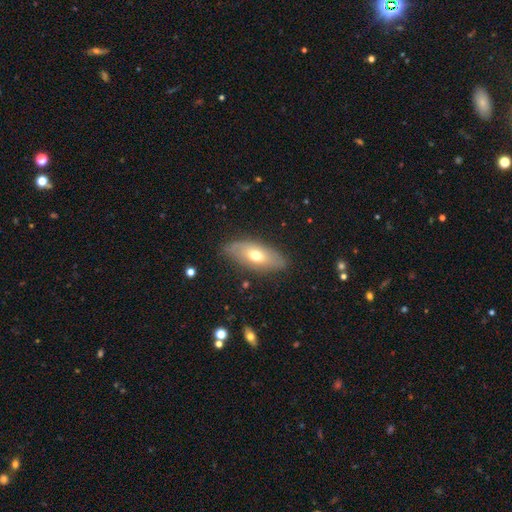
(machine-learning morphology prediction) Smooth or featured: smooth — 59% (featured or disk — 34%)
How rounded: in between — 81% (cigar-shaped — 15%)
Merging: none — 80% (minor disturbance — 15%)